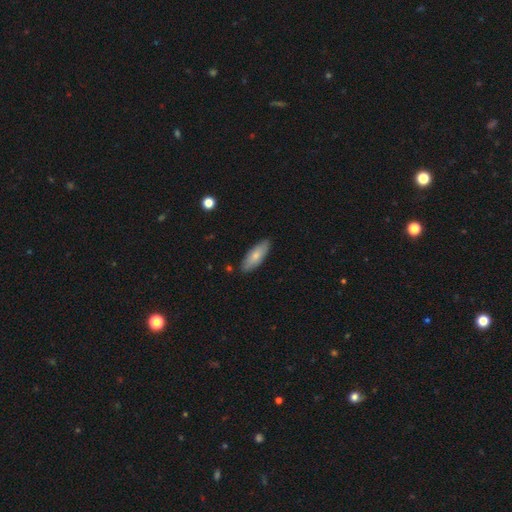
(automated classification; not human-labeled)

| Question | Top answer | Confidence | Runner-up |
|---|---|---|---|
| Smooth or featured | smooth | 74% | featured or disk (20%) |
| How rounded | in between | 70% | cigar-shaped (28%) |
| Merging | none | 86% | minor disturbance (11%) |